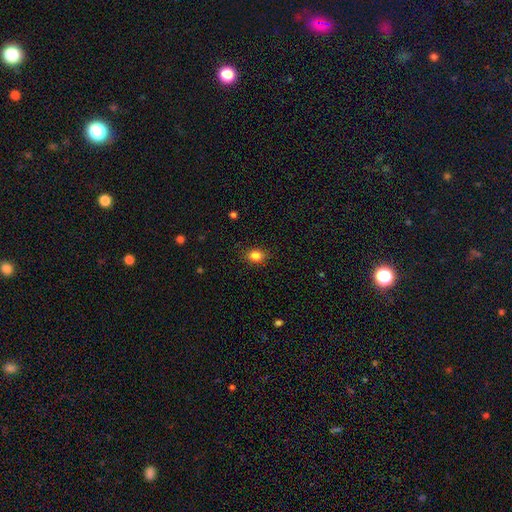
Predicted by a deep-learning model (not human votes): smooth 84%, star or artifact 11%, featured or disk 5%. Down the decision tree: how rounded — in between (52%); merging — none (86%).